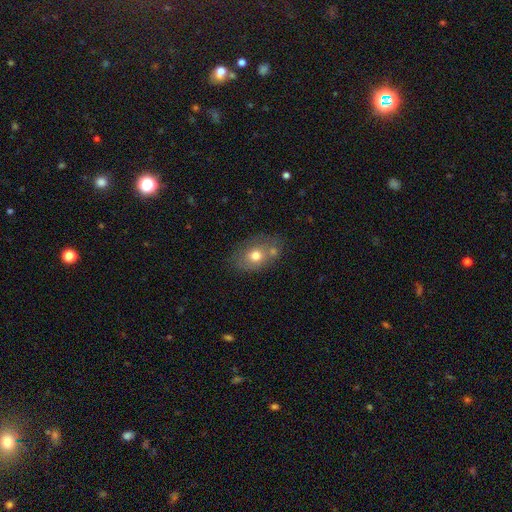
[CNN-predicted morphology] A smooth galaxy with no disk features (68%) that is in between round and cigar-shaped (73%). Merging: none (56%).